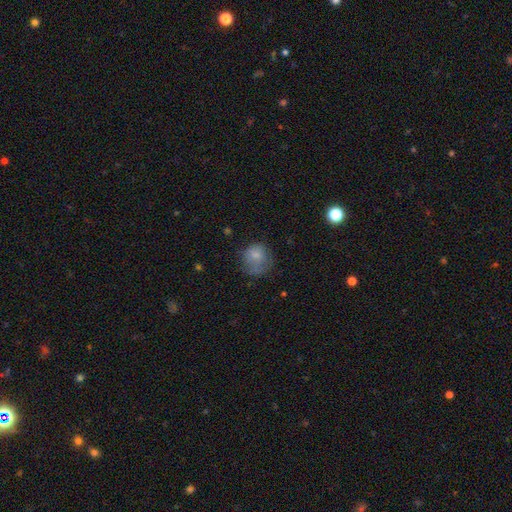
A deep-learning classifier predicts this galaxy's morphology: smooth-or-featured: smooth: 75% | featured or disk: 16% | star or artifact: 9%
  how-rounded: round: 75% | in between: 24% | cigar-shaped: 1%
  merging: none: 45% | minor disturbance: 28% | major disturbance: 24% | merger: 3%